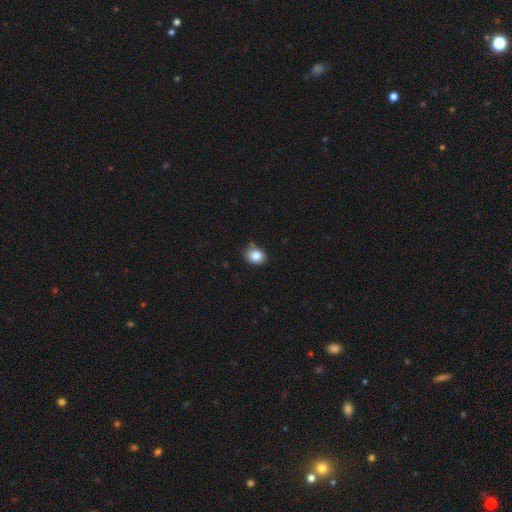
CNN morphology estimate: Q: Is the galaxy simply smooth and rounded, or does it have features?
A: smooth — 86%.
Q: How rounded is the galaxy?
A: round — 54%.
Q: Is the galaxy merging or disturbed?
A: none — 73%.